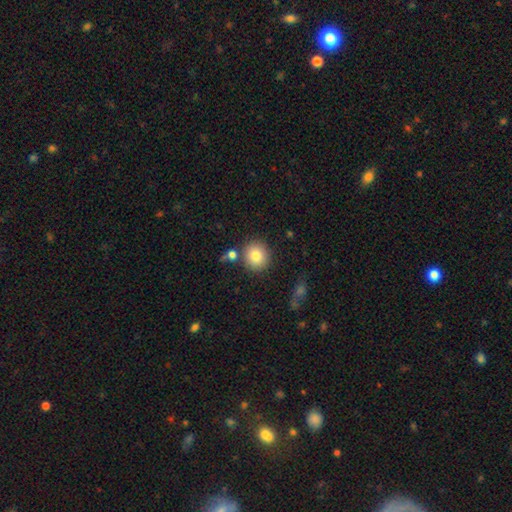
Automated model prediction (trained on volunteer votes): smooth 81%, star or artifact 9%, featured or disk 9%. Down the decision tree: how rounded — round (89%); merging — none (80%).